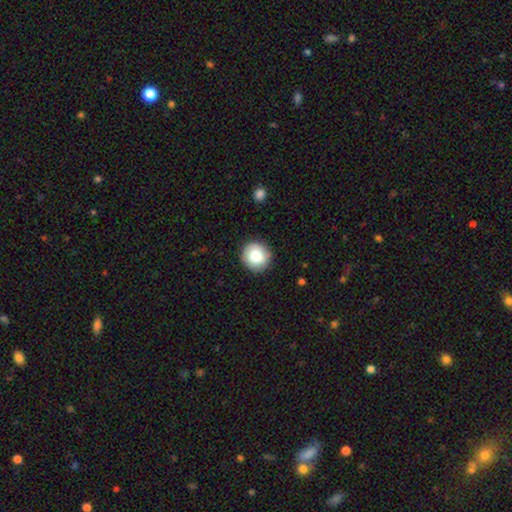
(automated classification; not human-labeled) A smooth galaxy with no disk features (80%) that is round (94%). Merging: none (90%).